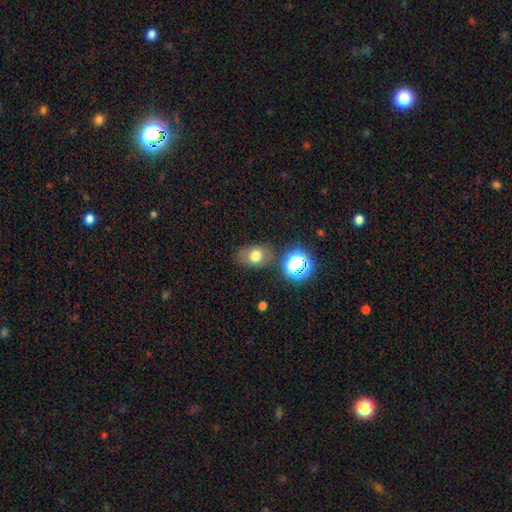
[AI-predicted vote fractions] A smooth galaxy with no disk features (71%) that is in between round and cigar-shaped (65%). Merging: none (73%).